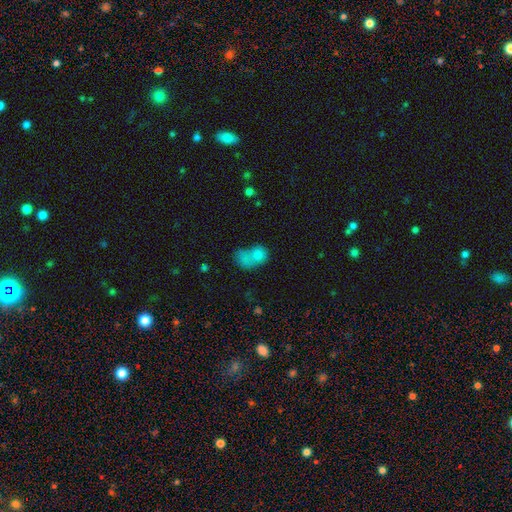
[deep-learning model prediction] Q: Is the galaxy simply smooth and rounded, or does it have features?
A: smooth — 78%.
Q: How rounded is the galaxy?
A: in between — 59%.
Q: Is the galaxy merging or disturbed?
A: merger — 59%.